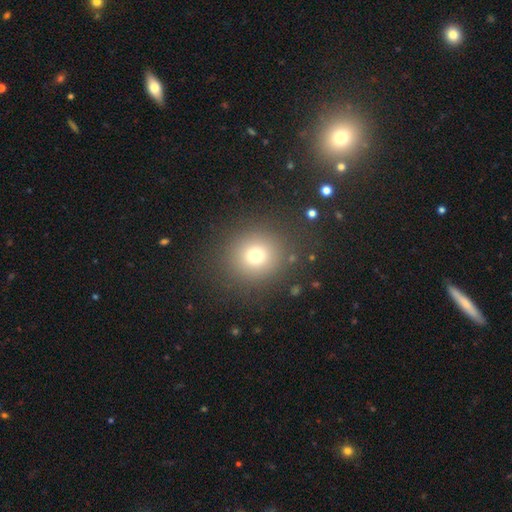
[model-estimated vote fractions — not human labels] A smooth galaxy with no disk features (71%) that is round (91%). Merging: none (86%).